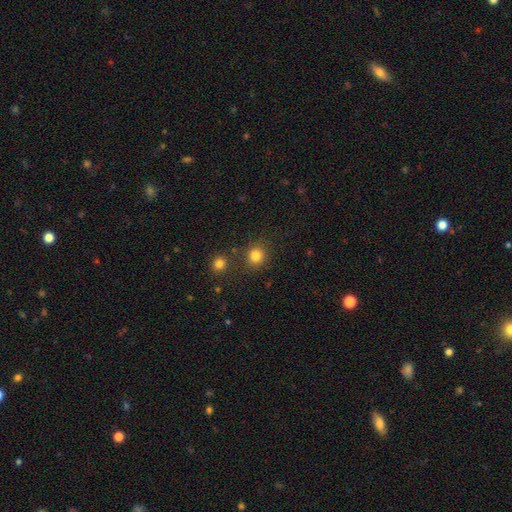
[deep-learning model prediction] smooth-or-featured: smooth: 82% | star or artifact: 13% | featured or disk: 5%
  how-rounded: round: 83% | in between: 16% | cigar-shaped: 1%
  merging: none: 81% | minor disturbance: 9% | merger: 7% | major disturbance: 3%